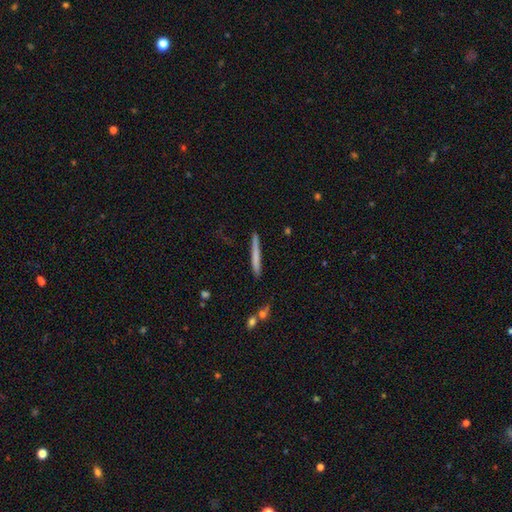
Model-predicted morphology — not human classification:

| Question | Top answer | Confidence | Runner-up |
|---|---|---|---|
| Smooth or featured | smooth | 63% | featured or disk (31%) |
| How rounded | cigar-shaped | 97% | in between (2%) |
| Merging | none | 88% | minor disturbance (9%) |